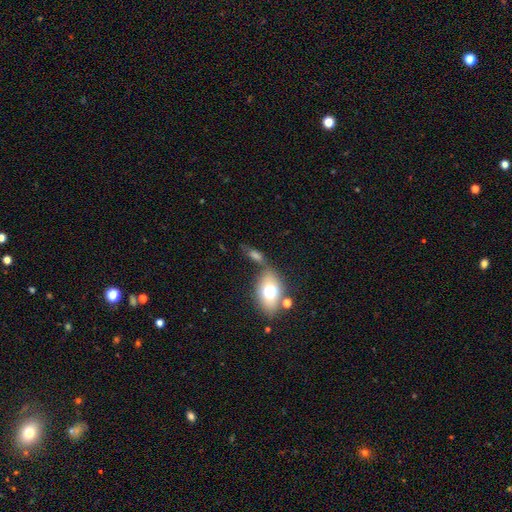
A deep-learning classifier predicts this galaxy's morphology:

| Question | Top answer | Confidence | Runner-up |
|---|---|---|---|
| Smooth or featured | smooth | 62% | featured or disk (24%) |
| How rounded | in between | 77% | round (14%) |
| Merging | none | 51% | merger (24%) |